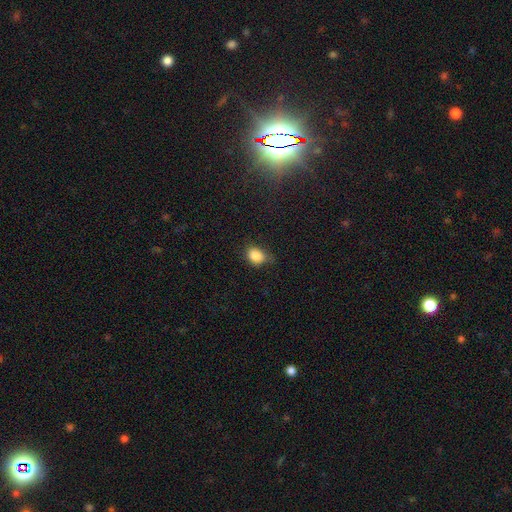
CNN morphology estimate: Smooth or featured? Predicted: smooth (p=0.86). How rounded? Predicted: in between (p=0.58). Merging? Predicted: none (p=0.63).